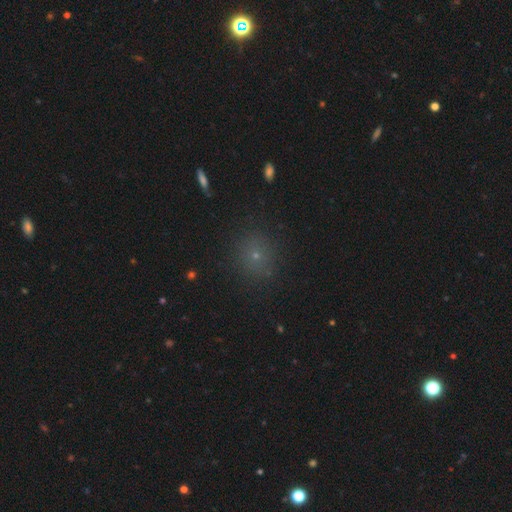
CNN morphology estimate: Smooth or featured: smooth — 63% (star or artifact — 28%)
How rounded: round — 91% (in between — 8%)
Merging: none — 88% (minor disturbance — 8%)